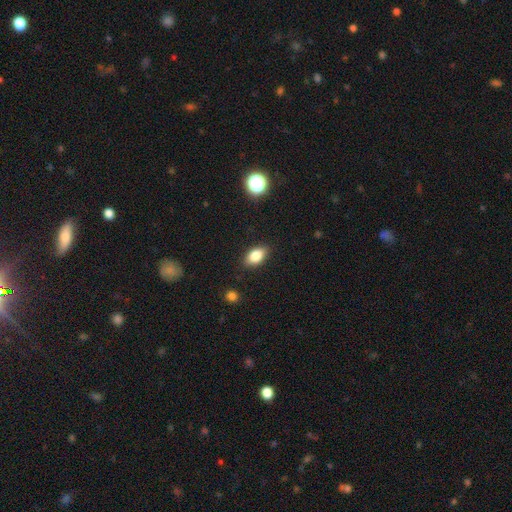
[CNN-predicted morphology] Q: Smooth or featured?
A: smooth (83%); runner-up: star or artifact (9%)
Q: How rounded?
A: in between (88%); runner-up: round (9%)
Q: Merging?
A: none (87%); runner-up: minor disturbance (10%)